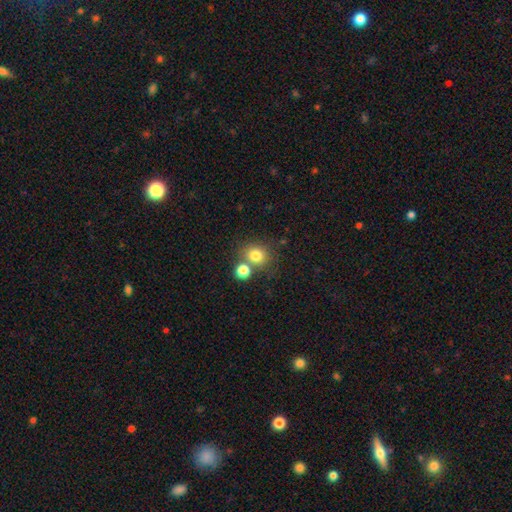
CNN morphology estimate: Smooth or featured? smooth (79%)
How rounded? round (79%)
Merging? none (62%)